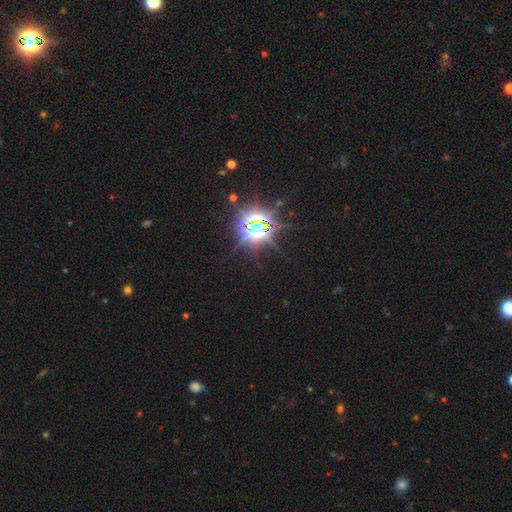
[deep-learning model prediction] Smooth or featured? Predicted: star or artifact (p=0.84).